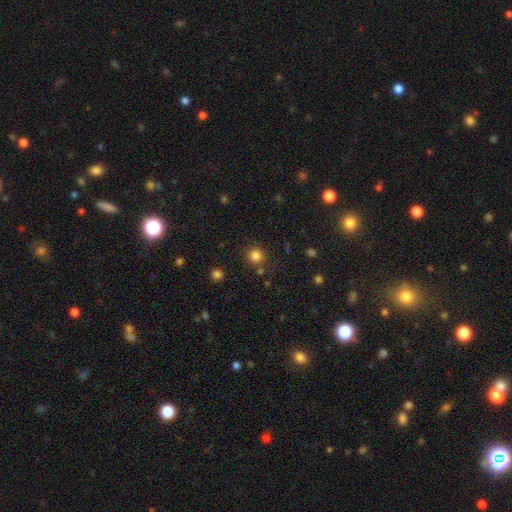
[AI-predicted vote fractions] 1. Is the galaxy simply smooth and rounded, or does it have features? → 83% smooth, 13% star or artifact, 4% featured or disk.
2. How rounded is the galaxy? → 93% round, 6% in between, 1% cigar-shaped.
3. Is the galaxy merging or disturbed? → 82% none, 9% minor disturbance, 6% merger, 3% major disturbance.